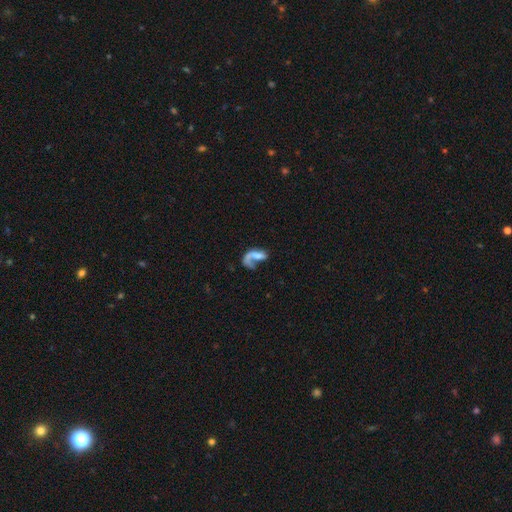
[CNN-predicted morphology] smooth-or-featured: featured or disk: 57% | smooth: 33% | star or artifact: 10%
  disk-edge-on: no: 95% | yes: 5%
    bar: no: 62% | weak: 25% | strong: 13%
    has-spiral-arms: yes: 68% | no: 32%
    bulge-size: none: 49% | small: 24% | moderate: 17% | large: 7% | dominant: 3%
  merging: major disturbance: 45% | none: 28% | minor disturbance: 14% | merger: 14%